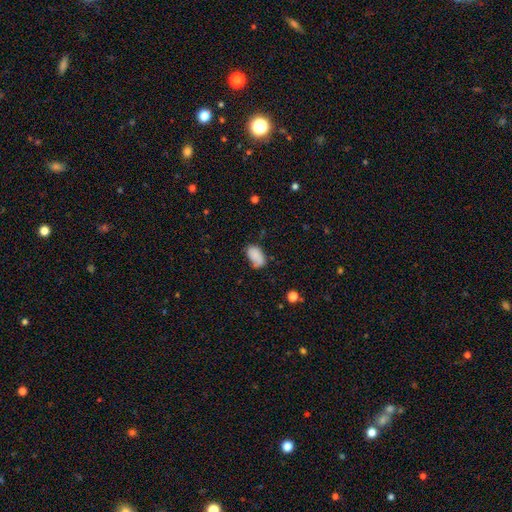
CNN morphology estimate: Smooth or featured? smooth (83%)
How rounded? in between (93%)
Merging? none (56%)